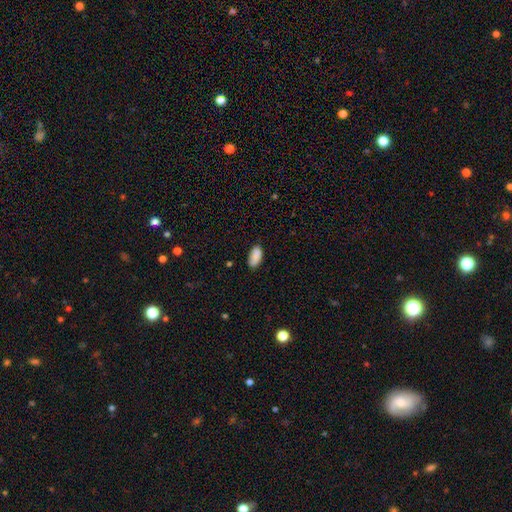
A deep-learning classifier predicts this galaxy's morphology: type=smooth (89%); roundness=in between (92%); merging=none (82%).